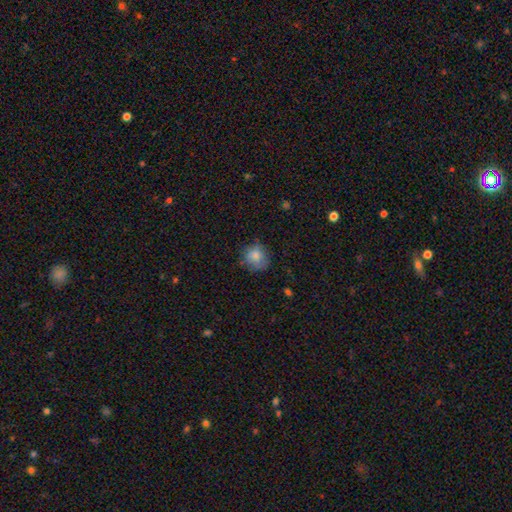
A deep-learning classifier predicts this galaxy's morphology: This appears to be a smooth galaxy with no disk features (80%) that is round (84%). Merging: none (74%).